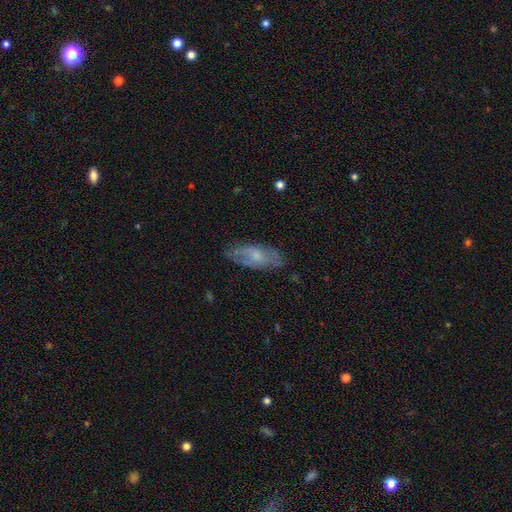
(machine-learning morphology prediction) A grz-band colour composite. It shows a featured or disk galaxy (47%). Merging: none (69%).